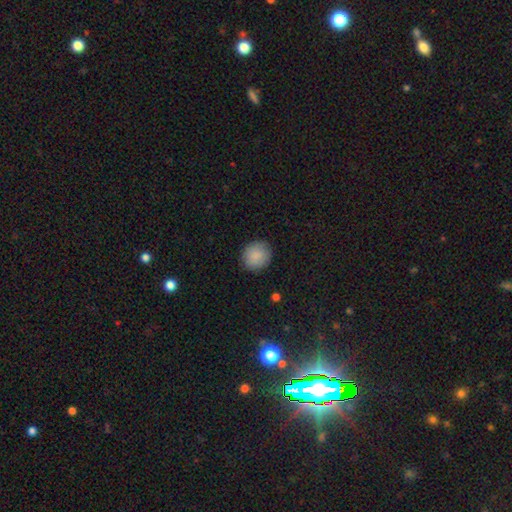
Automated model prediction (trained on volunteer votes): A smooth galaxy with no disk features (88%) that is round (84%). Merging: none (88%).